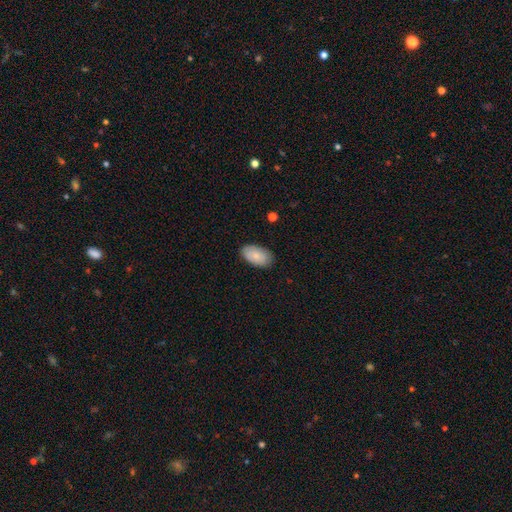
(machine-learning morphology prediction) Q: Smooth or featured?
A: smooth (82%); runner-up: featured or disk (12%)
Q: How rounded?
A: in between (94%); runner-up: round (5%)
Q: Merging?
A: none (84%); runner-up: minor disturbance (13%)